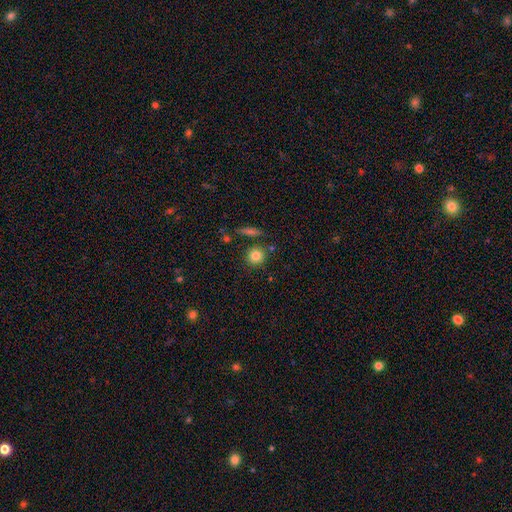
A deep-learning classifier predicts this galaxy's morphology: Overall: smooth (83%). How rounded: round (87%). Merging: none (81%).